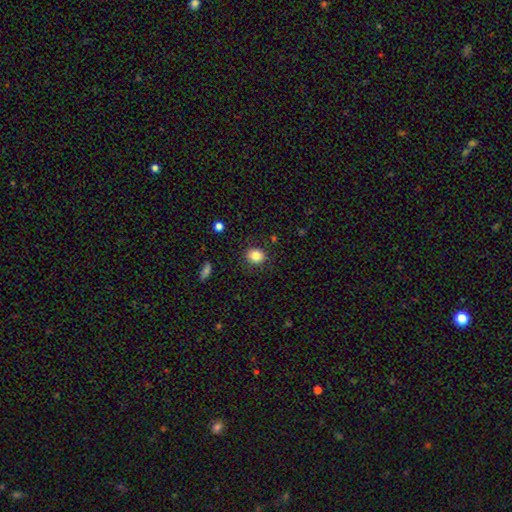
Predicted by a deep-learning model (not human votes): Smooth or featured: smooth — 83% (star or artifact — 10%)
How rounded: round — 74% (in between — 25%)
Merging: none — 87% (minor disturbance — 9%)